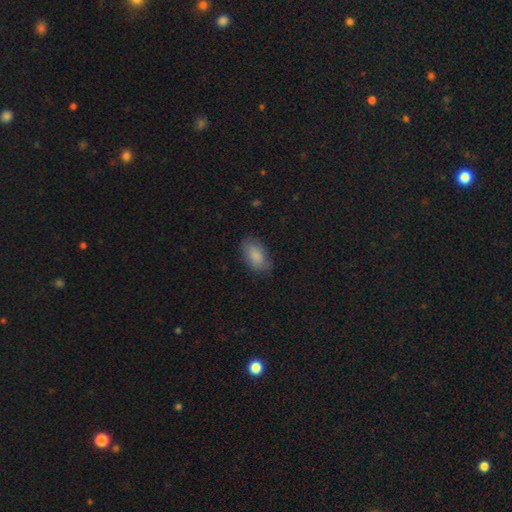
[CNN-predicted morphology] The model was most divided on "merging": none: 77%, minor disturbance: 18%, major disturbance: 4%, merger: 1%. More confident: how rounded — in between (92%); smooth or featured — smooth (86%).